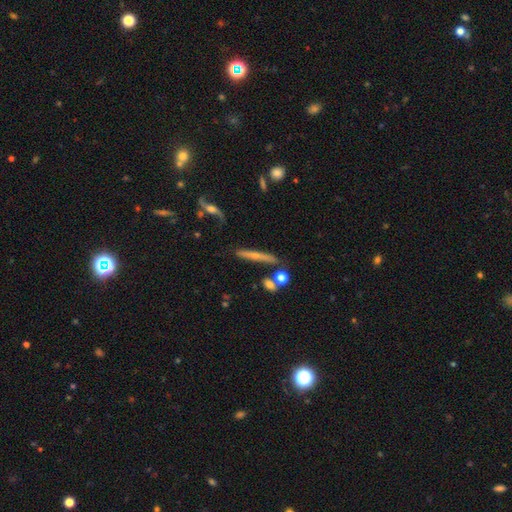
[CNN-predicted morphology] Smooth or featured: featured or disk — 51% (smooth — 39%)
Edge-on disk: yes — 91% (no — 9%)
Merging: none — 75% (minor disturbance — 13%)